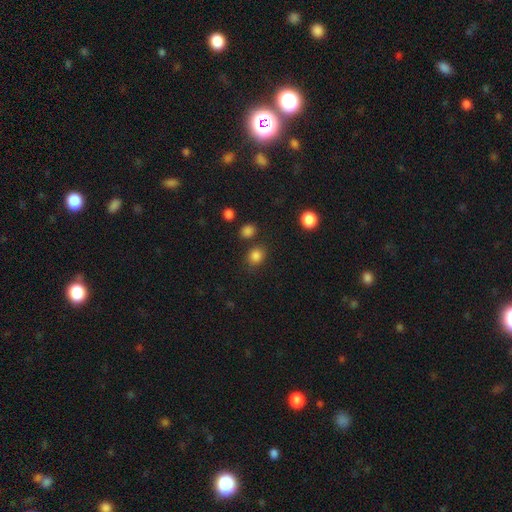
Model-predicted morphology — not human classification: Smooth or featured?
  - smooth: 84% *
  - star or artifact: 12%
  - featured or disk: 4%
How rounded?
  - round: 67% *
  - in between: 32%
  - cigar-shaped: 1%
Merging?
  - none: 78% *
  - minor disturbance: 11%
  - merger: 7%
  - major disturbance: 4%